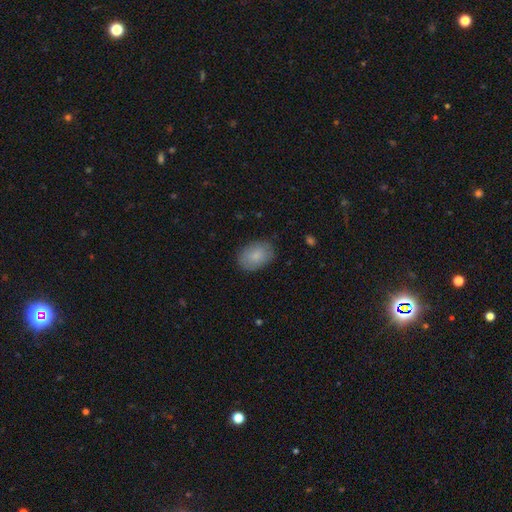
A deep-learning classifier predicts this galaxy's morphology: Smooth or featured? Predicted: smooth (p=0.83). How rounded? Predicted: in between (p=0.83). Merging? Predicted: none (p=0.83).